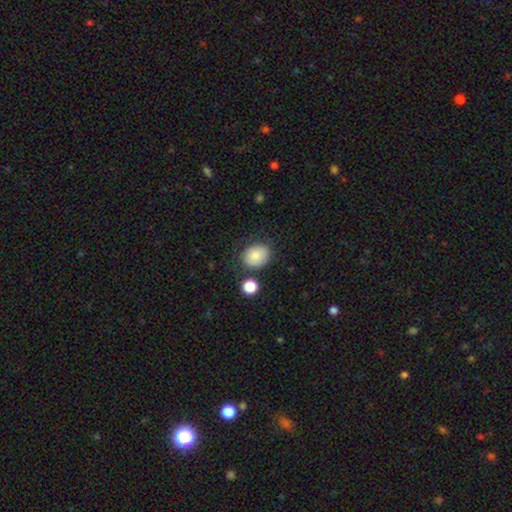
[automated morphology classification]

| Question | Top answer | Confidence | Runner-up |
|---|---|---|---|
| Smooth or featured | smooth | 83% | star or artifact (9%) |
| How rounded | round | 53% | in between (47%) |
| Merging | none | 74% | minor disturbance (16%) |